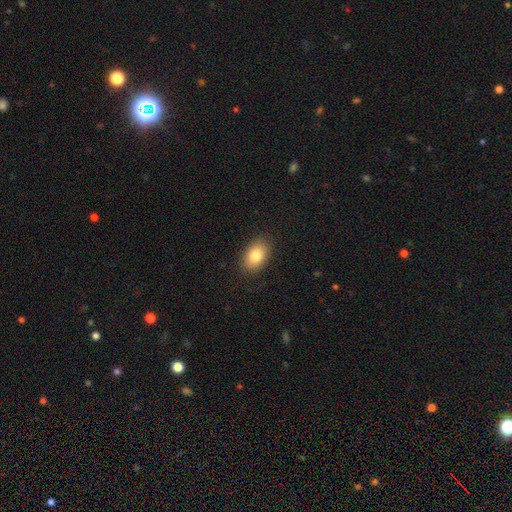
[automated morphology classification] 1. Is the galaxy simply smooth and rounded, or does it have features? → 82% smooth, 10% featured or disk, 8% star or artifact.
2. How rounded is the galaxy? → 84% in between, 15% round, 1% cigar-shaped.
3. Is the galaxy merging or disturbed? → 87% none, 9% minor disturbance, 2% major disturbance, 1% merger.